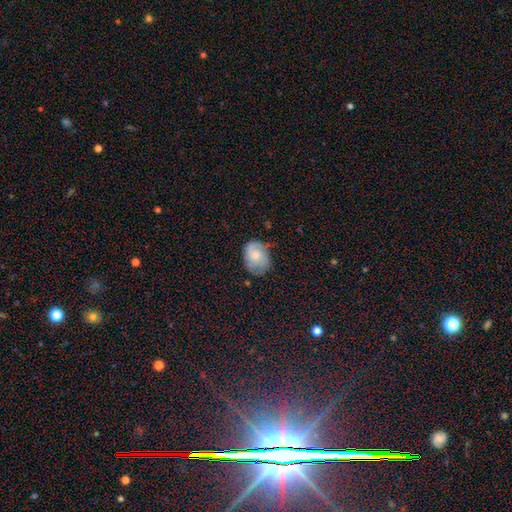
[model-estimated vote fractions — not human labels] Overall: featured or disk (51%; smooth 41%). Edge-on disk: no (97%). Merging: none (64%; minor disturbance 25%).